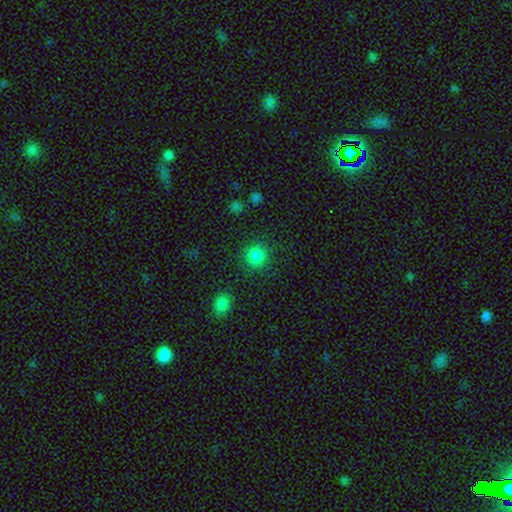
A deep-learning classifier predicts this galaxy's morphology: Q: Smooth or featured?
A: smooth (85%); runner-up: star or artifact (12%)
Q: How rounded?
A: round (88%); runner-up: in between (11%)
Q: Merging?
A: none (86%); runner-up: minor disturbance (8%)